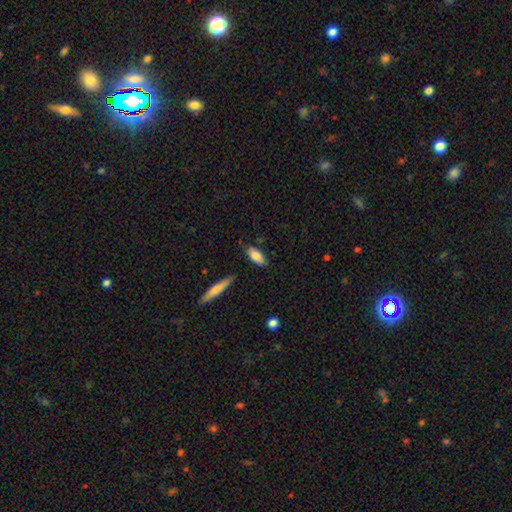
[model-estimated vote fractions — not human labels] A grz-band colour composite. It shows a smooth galaxy with no disk features (82%) that is in between round and cigar-shaped (78%). Merging: none (81%).